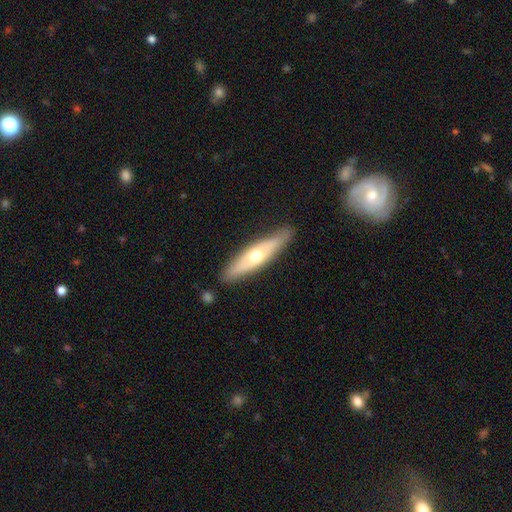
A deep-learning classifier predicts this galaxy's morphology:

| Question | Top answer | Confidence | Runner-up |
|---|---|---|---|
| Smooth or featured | featured or disk | 51% | smooth (44%) |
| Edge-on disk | yes | 76% | no (24%) |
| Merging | none | 85% | minor disturbance (11%) |